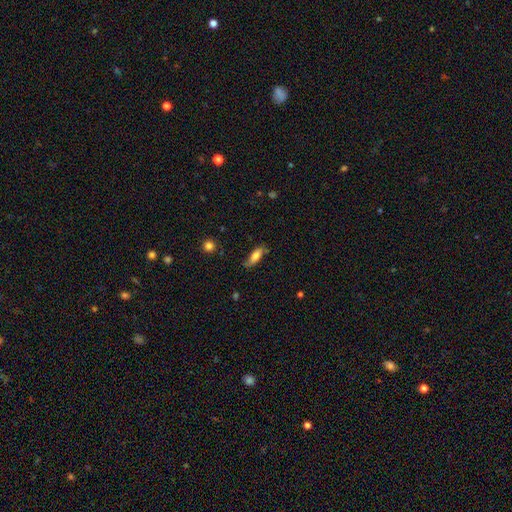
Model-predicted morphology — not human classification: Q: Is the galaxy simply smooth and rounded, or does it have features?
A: smooth — 62%.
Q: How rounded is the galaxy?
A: in between — 61%.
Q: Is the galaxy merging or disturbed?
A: none — 70%.